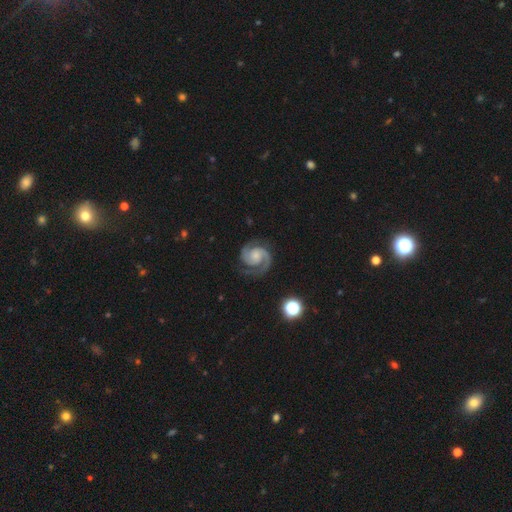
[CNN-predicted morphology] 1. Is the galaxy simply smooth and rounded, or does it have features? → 92% featured or disk, 4% star or artifact, 4% smooth.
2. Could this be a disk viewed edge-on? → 98% no, 2% yes.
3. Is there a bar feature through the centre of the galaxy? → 67% no, 27% weak, 7% strong.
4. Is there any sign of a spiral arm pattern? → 98% yes, 2% no.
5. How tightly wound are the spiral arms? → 47% medium, 46% tight, 7% loose.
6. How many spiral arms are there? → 92% 2, 2% 3, 2% can't tell, 2% 1, 1% 4, 1% more than 4.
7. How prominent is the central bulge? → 50% small, 29% moderate, 16% none, 5% large, 1% dominant.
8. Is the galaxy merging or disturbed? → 80% none, 13% minor disturbance, 6% major disturbance, 1% merger.